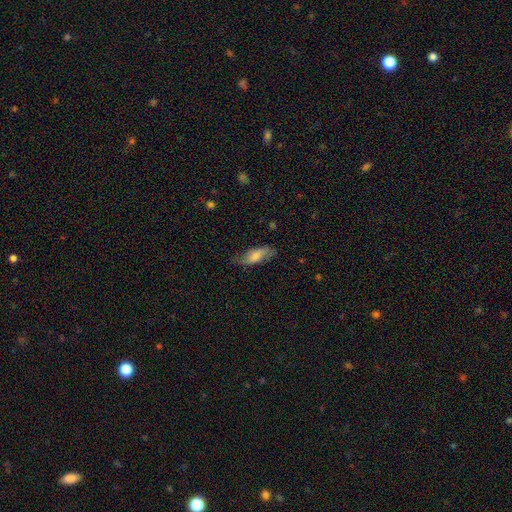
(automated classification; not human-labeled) This is likely a smooth galaxy (67%). How rounded: likely in between (71%). Merging: likely none (63%).